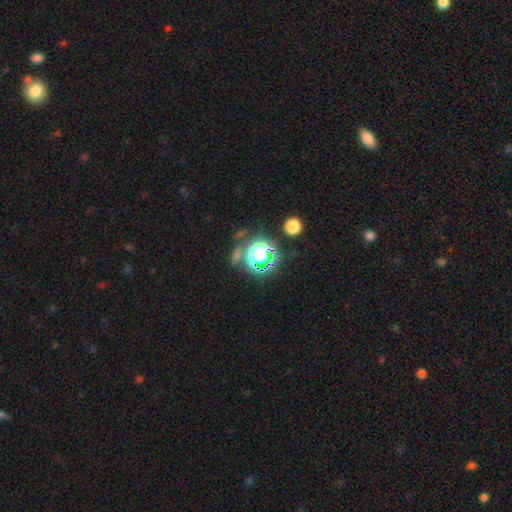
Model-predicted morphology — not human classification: Q: Smooth or featured?
A: star or artifact (70%); runner-up: smooth (21%)